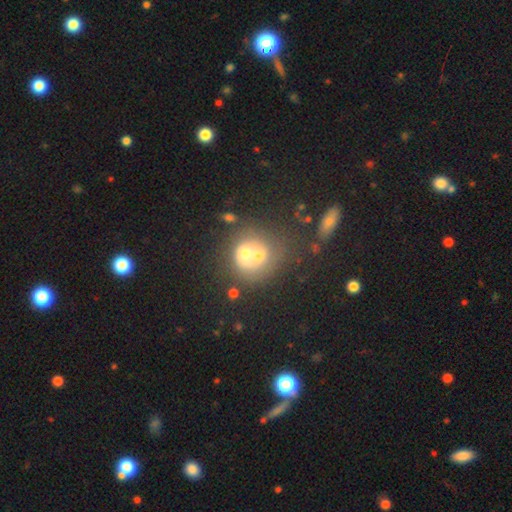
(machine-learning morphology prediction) A smooth galaxy with no disk features (56%) that is round (75%).

Vote fractions:
- Smooth or featured? smooth: 56% / featured or disk: 30% / star or artifact: 14%
- How rounded? round: 75% / in between: 24% / cigar-shaped: 1%
- Merging? merger: 65% / none: 23% / minor disturbance: 7% / major disturbance: 5%